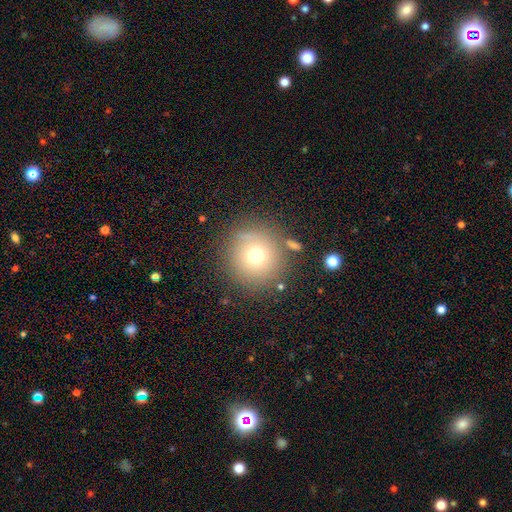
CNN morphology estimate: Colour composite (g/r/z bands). It shows a smooth galaxy with no disk features (69%) that is round (95%). Merging: none (80%).